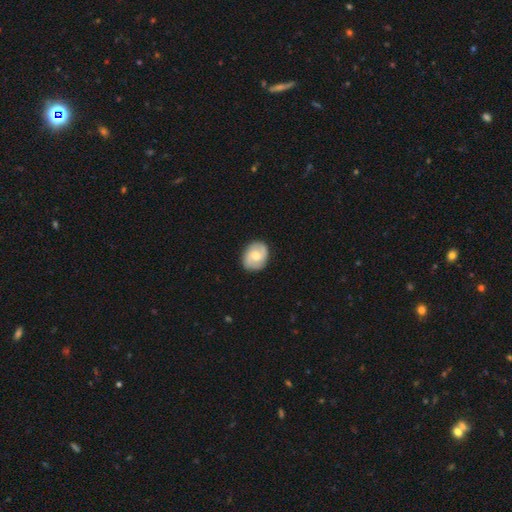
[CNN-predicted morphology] smooth-or-featured: featured or disk: 53% | smooth: 41% | star or artifact: 6%
  disk-edge-on: no: 97% | yes: 3%
    bar: no: 61% | weak: 33% | strong: 6%
    has-spiral-arms: yes: 84% | no: 16%
    bulge-size: moderate: 65% | small: 27% | large: 5% | none: 2% | dominant: 1%
  merging: none: 85% | minor disturbance: 11% | major disturbance: 3% | merger: 1%